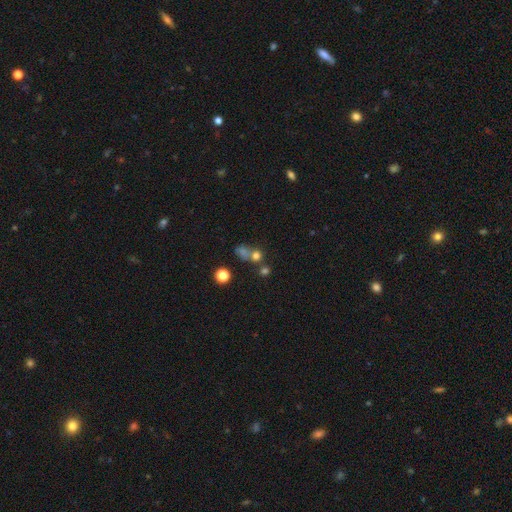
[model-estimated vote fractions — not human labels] The model was most divided on "merging": none: 48%, merger: 38%, minor disturbance: 9%, major disturbance: 6%. More confident: how rounded — round (82%); smooth or featured — smooth (66%).